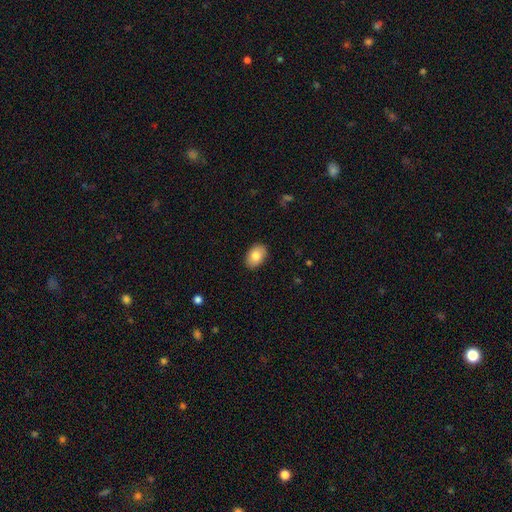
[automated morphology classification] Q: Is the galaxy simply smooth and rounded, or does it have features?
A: smooth — 82%.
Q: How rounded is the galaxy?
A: in between — 86%.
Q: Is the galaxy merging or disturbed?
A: none — 89%.